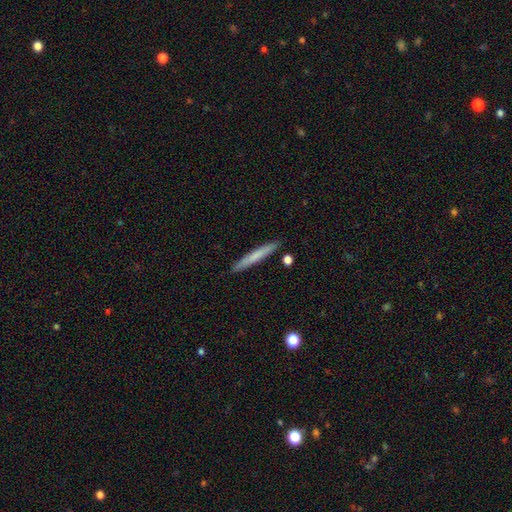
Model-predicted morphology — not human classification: Q: Smooth or featured?
A: smooth (67%); runner-up: featured or disk (27%)
Q: How rounded?
A: cigar-shaped (96%); runner-up: in between (3%)
Q: Merging?
A: none (90%); runner-up: minor disturbance (7%)